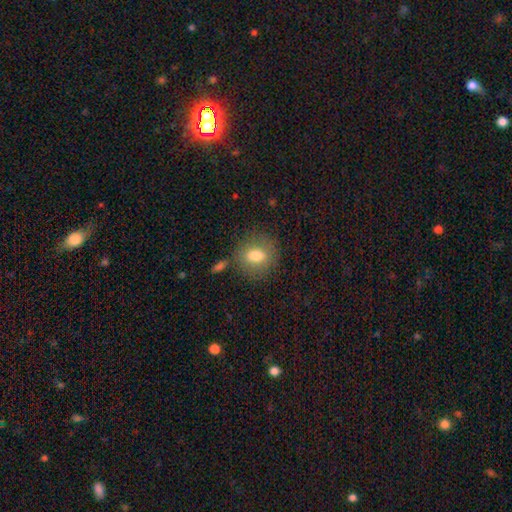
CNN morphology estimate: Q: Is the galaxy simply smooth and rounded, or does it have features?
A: smooth — 77%.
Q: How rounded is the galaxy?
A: round — 54%.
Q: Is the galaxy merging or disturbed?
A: none — 78%.